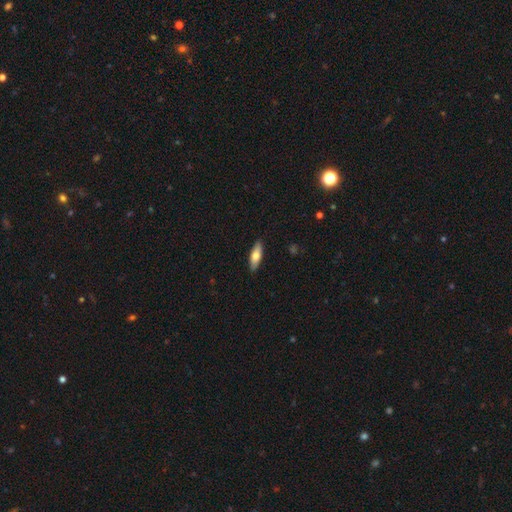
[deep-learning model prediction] Smooth or featured? Predicted: smooth (p=0.69). How rounded? Predicted: in between (p=0.57). Merging? Predicted: none (p=0.89).